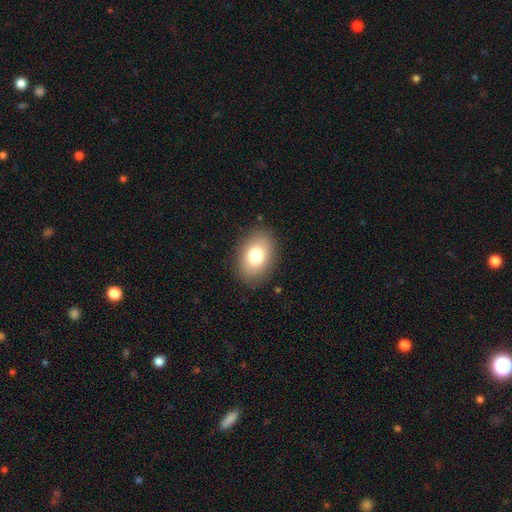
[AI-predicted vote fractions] Smooth or featured? Predicted: smooth (p=0.78). How rounded? Predicted: in between (p=0.81). Merging? Predicted: none (p=0.86).